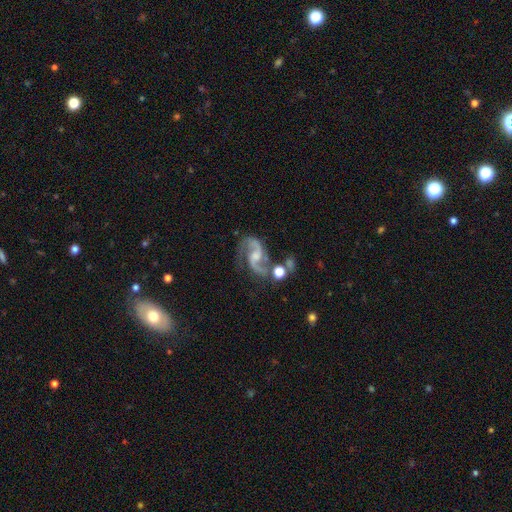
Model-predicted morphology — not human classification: smooth_or_featured: featured or disk (p=0.92) [alt: star or artifact p=0.05]
disk_edge_on: no (p=0.98) [alt: yes p=0.02]
bar: no (p=0.47) [alt: weak p=0.42]
has_spiral_arms: yes (p=0.98) [alt: no p=0.02]
spiral_winding: medium (p=0.52) [alt: loose p=0.39]
spiral_arm_count: 2 (p=0.94) [alt: can't tell p=0.02]
bulge_size: small (p=0.41) [alt: moderate p=0.40]
merging: none (p=0.61) [alt: minor disturbance p=0.17]